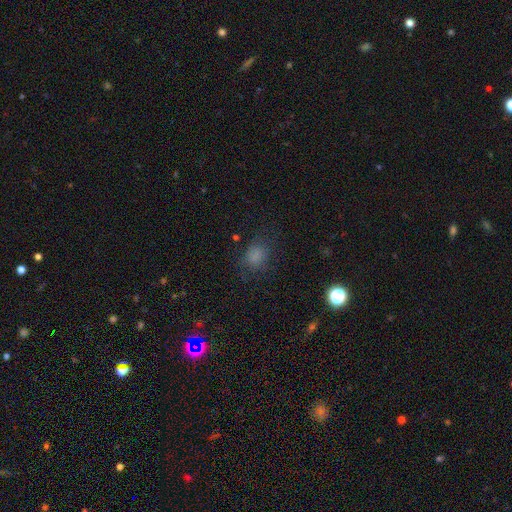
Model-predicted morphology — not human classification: Smooth or featured?
  - smooth: 75% *
  - star or artifact: 18%
  - featured or disk: 6%
How rounded?
  - round: 59% *
  - in between: 40%
  - cigar-shaped: 1%
Merging?
  - none: 74% *
  - minor disturbance: 16%
  - major disturbance: 8%
  - merger: 2%